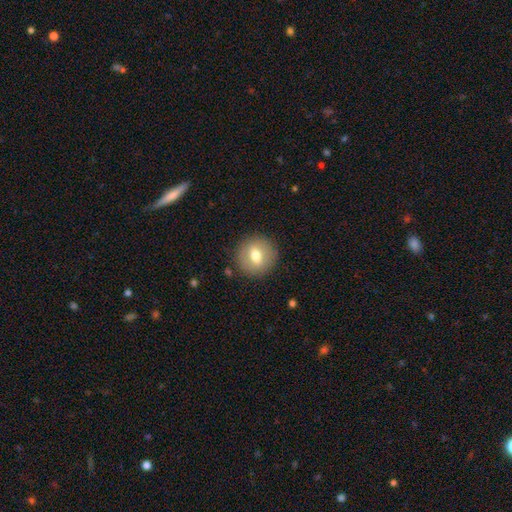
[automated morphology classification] Q: Smooth or featured?
A: smooth (67%); runner-up: featured or disk (25%)
Q: How rounded?
A: round (89%); runner-up: in between (10%)
Q: Merging?
A: none (88%); runner-up: minor disturbance (8%)